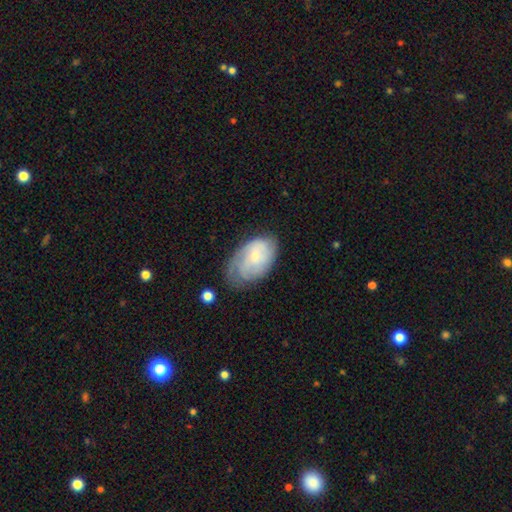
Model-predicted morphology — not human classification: This appears to be a featured or disk galaxy (55%) with no bar (65%), spiral arms (83%) and a small central bulge (67%). Merging: none (52%).